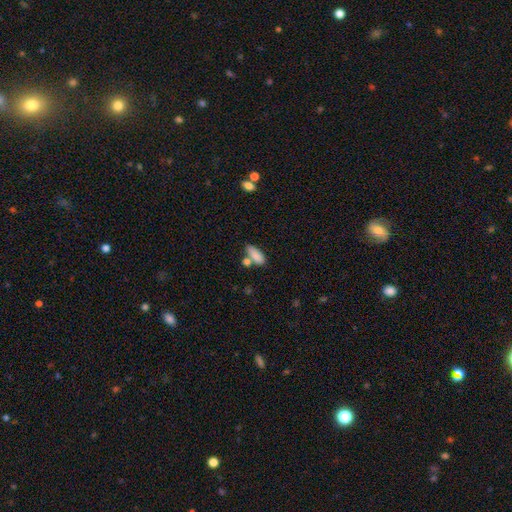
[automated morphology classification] This is clearly a smooth galaxy (85%). How rounded: likely in between (73%). Merging: possibly none (56%).